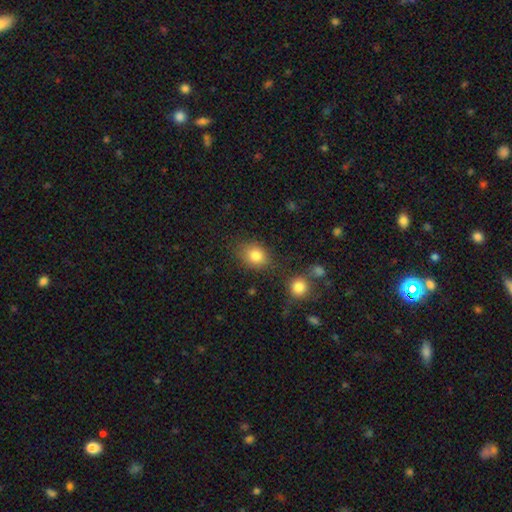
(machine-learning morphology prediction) A smooth galaxy with no disk features (83%) that is in between round and cigar-shaped (55%). Merging: none (73%).